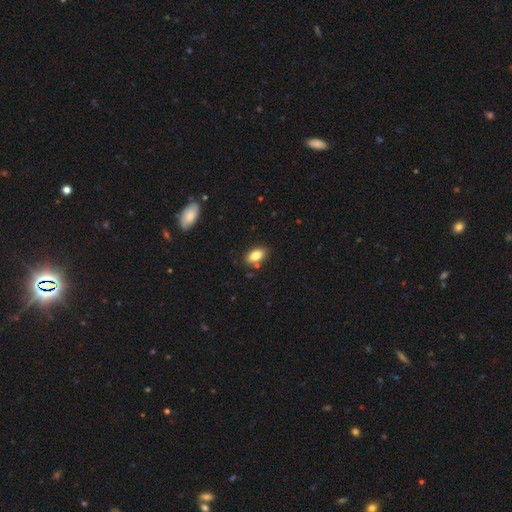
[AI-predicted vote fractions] Morphology: type=smooth (83%); roundness=in between (90%); merging=none (81%).